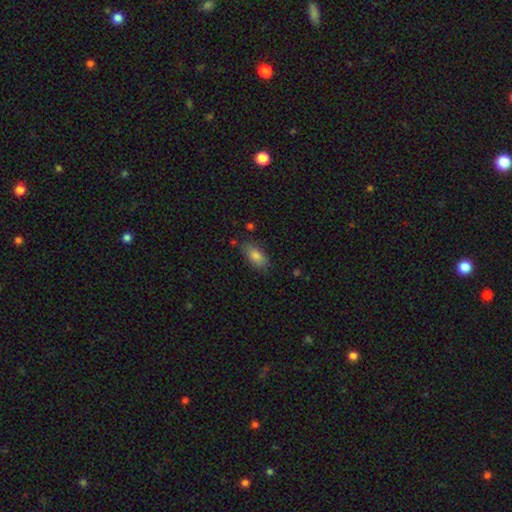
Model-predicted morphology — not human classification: This appears to be a smooth galaxy with no disk features (84%) that is in between round and cigar-shaped (90%). Merging: none (77%).